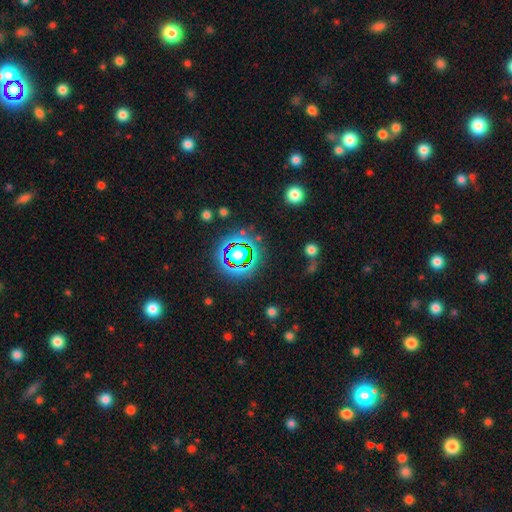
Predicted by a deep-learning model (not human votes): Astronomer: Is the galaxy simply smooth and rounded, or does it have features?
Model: star or artifact — 76%.